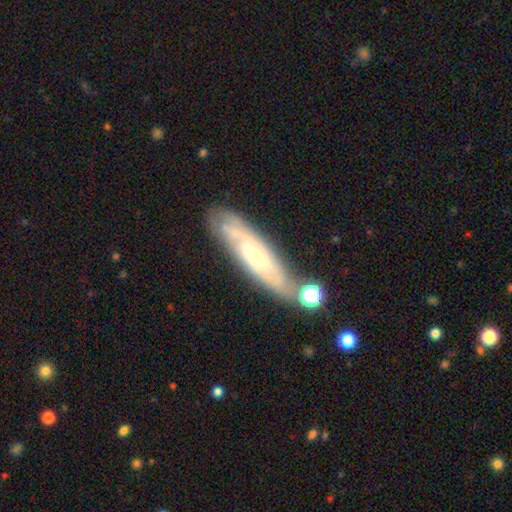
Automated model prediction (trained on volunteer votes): The model was most divided on "bulge size": small: 62%, moderate: 34%, large: 2%, none: 2%, dominant: 1%. More confident: spiral arms — yes (84%); smooth or featured — featured or disk (72%); edge-on disk — no (71%); bar — no (69%); merging — none (66%).